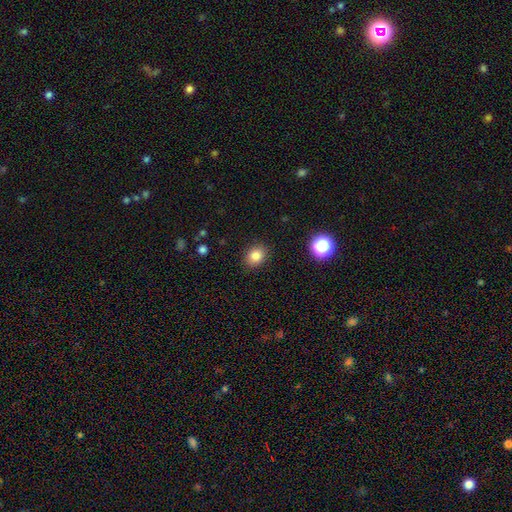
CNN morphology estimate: type=smooth (83%); roundness=round (52%); merging=none (88%).